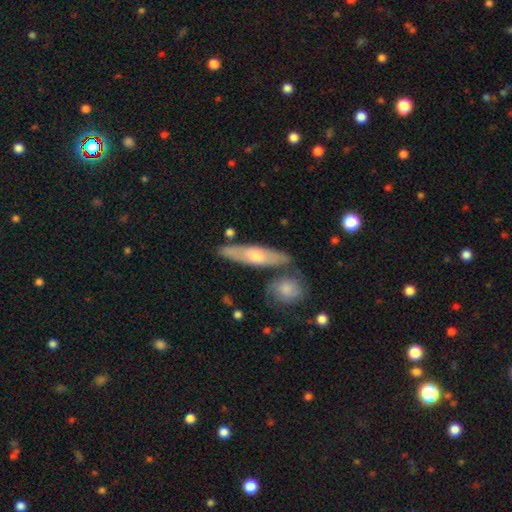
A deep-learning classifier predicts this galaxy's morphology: Q: Smooth or featured?
A: featured or disk (53%); runner-up: smooth (40%)
Q: Edge-on disk?
A: yes (68%); runner-up: no (32%)
Q: Merging?
A: none (76%); runner-up: minor disturbance (12%)